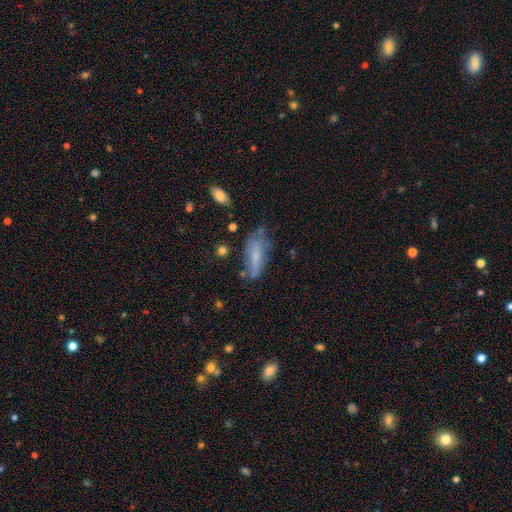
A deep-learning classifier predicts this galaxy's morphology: The model was most divided on "smooth or featured": smooth: 52%, featured or disk: 38%, star or artifact: 10%. Remaining: how rounded — in between (60%); merging — none (48%).